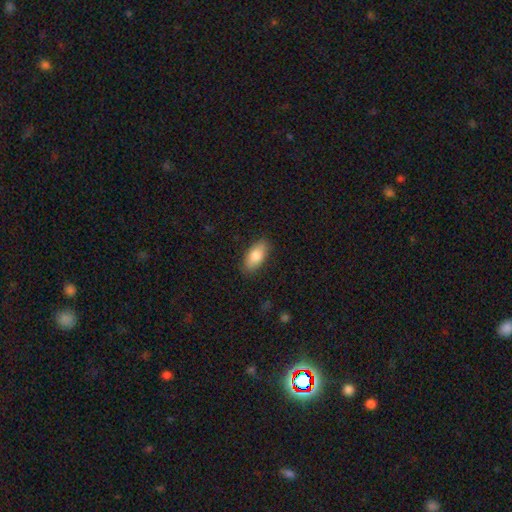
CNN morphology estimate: A smooth galaxy with no disk features (82%) that is in between round and cigar-shaped (90%). Merging: none (87%).